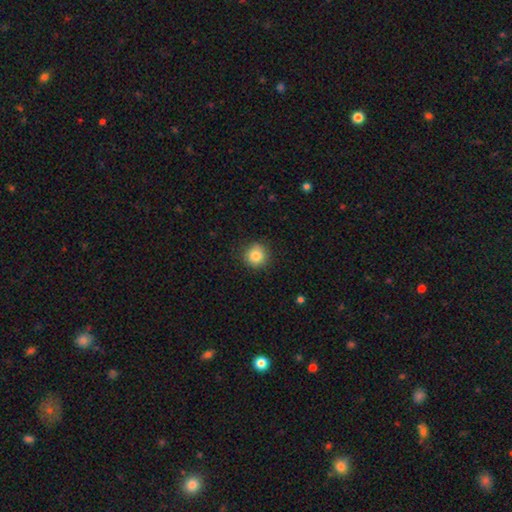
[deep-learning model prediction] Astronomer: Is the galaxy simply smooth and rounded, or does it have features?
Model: smooth — 84%.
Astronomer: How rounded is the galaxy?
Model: round — 92%.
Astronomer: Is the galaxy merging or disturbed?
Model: none — 88%.